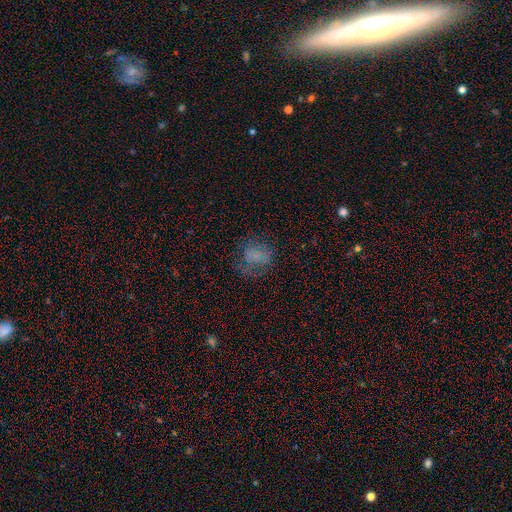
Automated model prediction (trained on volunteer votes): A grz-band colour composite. It shows a smooth galaxy with no disk features (58%) that is round (62%). Merging: none (53%).